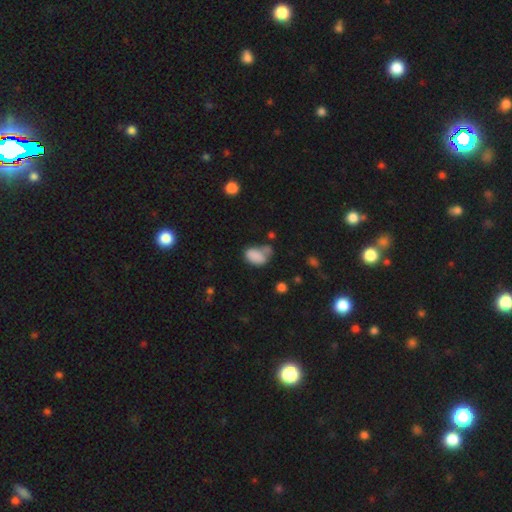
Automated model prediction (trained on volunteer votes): Smooth or featured? smooth (82%)
How rounded? in between (88%)
Merging? none (39%)